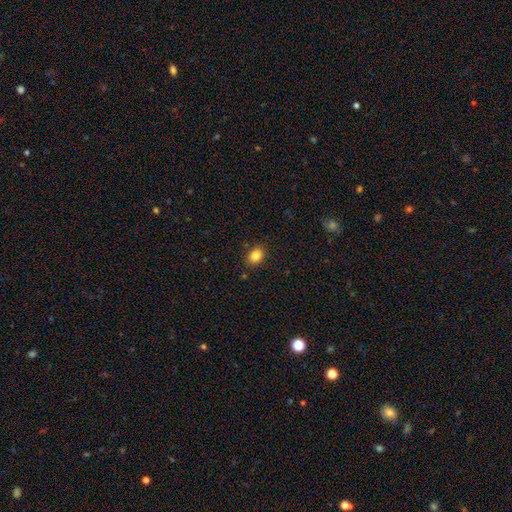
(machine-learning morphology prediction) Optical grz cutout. It shows a smooth galaxy with no disk features (83%) that is in between round and cigar-shaped (59%). Merging: none (87%).